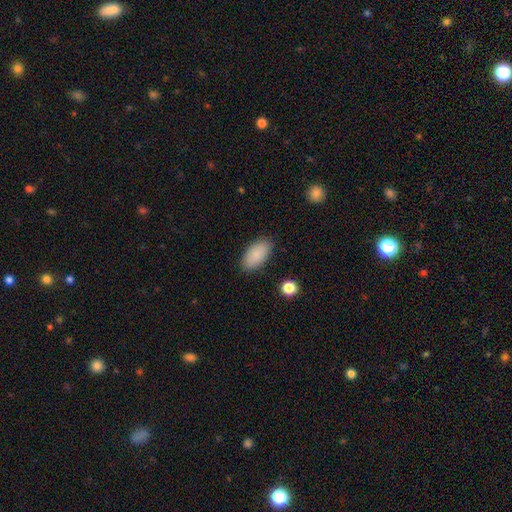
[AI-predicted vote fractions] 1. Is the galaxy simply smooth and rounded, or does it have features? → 88% smooth, 7% star or artifact, 5% featured or disk.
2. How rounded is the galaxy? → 93% in between, 4% cigar-shaped, 3% round.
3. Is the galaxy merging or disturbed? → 87% none, 9% minor disturbance, 2% major disturbance, 1% merger.